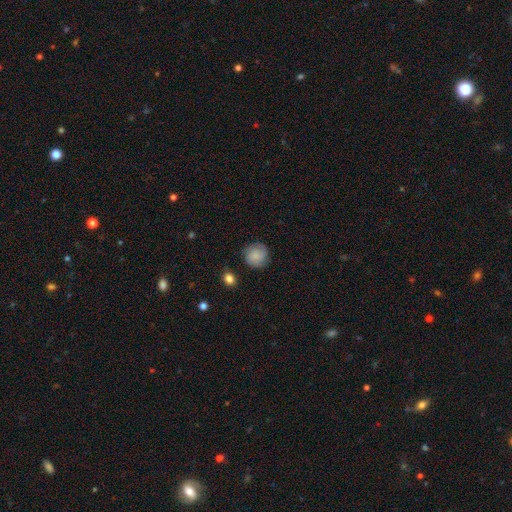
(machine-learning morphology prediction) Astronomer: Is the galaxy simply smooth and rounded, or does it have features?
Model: smooth — 68%.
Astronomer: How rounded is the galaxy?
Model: round — 91%.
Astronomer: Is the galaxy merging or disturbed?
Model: none — 83%.